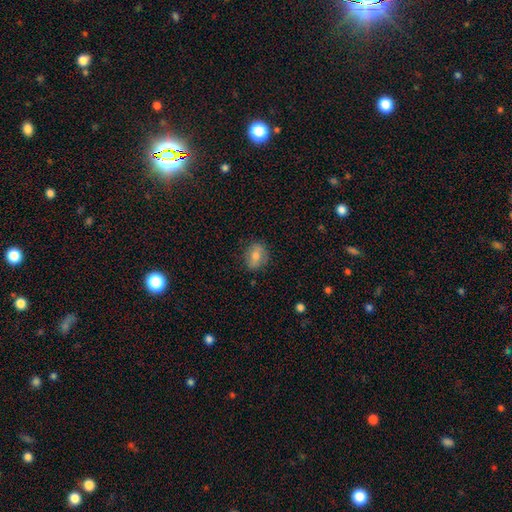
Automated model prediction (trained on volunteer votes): smooth-or-featured: smooth: 70% | featured or disk: 22% | star or artifact: 8%
  how-rounded: in between: 54% | round: 44% | cigar-shaped: 2%
  merging: none: 81% | minor disturbance: 14% | major disturbance: 4% | merger: 1%